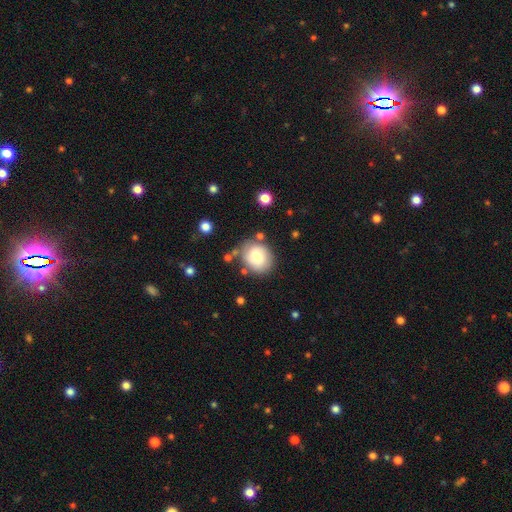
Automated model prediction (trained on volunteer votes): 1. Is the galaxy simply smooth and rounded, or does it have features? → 77% smooth, 15% featured or disk, 8% star or artifact.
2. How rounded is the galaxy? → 68% round, 31% in between, 1% cigar-shaped.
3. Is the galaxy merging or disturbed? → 73% none, 16% minor disturbance, 6% merger, 5% major disturbance.